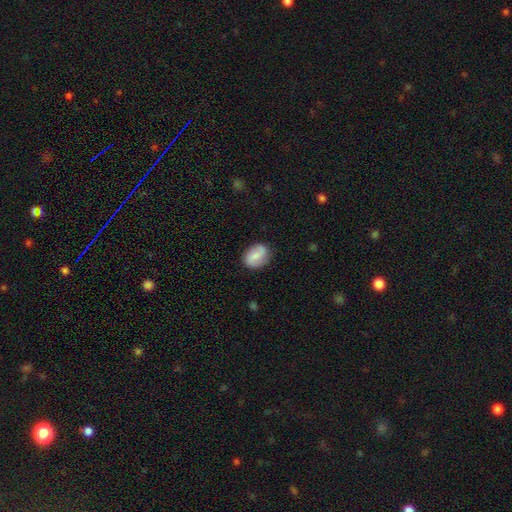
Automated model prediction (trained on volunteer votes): Smooth or featured: smooth — 58% (featured or disk — 34%)
How rounded: in between — 62% (round — 37%)
Merging: none — 79% (minor disturbance — 16%)